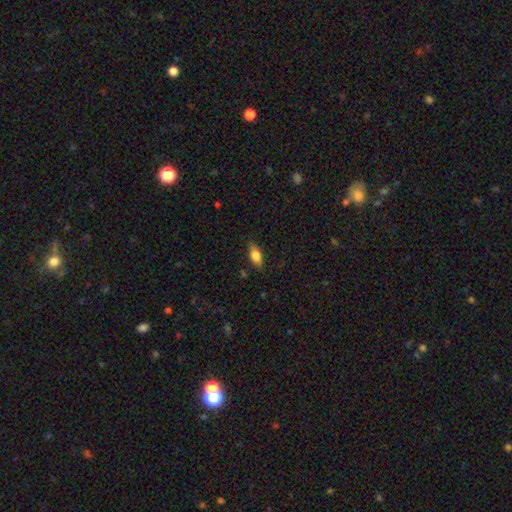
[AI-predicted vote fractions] Smooth or featured?
  - smooth: 76% *
  - featured or disk: 16%
  - star or artifact: 8%
How rounded?
  - in between: 84% *
  - cigar-shaped: 11%
  - round: 5%
Merging?
  - none: 82% *
  - minor disturbance: 14%
  - major disturbance: 3%
  - merger: 1%